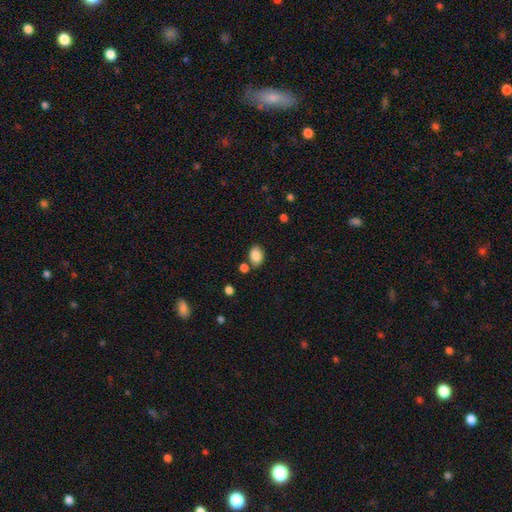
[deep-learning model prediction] This is clearly a smooth galaxy (87%). How rounded: clearly in between (81%). Merging: likely none (76%).